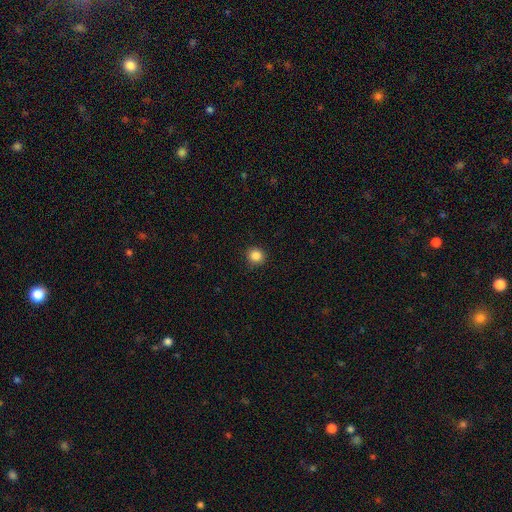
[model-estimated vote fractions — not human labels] Smooth or featured: smooth — 86% (star or artifact — 11%)
How rounded: round — 92% (in between — 7%)
Merging: none — 91% (minor disturbance — 7%)